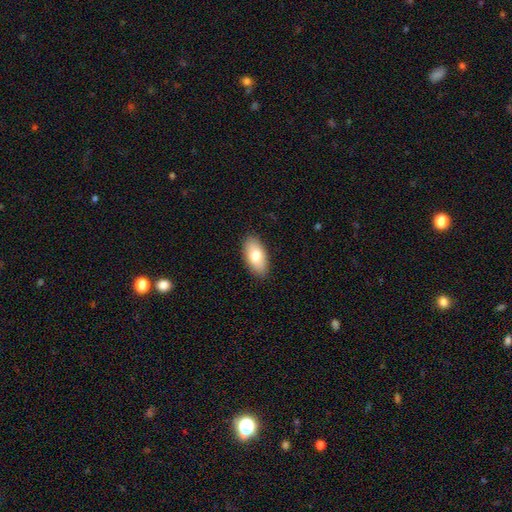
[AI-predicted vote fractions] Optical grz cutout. It shows a smooth galaxy with no disk features (77%) that is in between round and cigar-shaped (92%). Merging: none (88%).